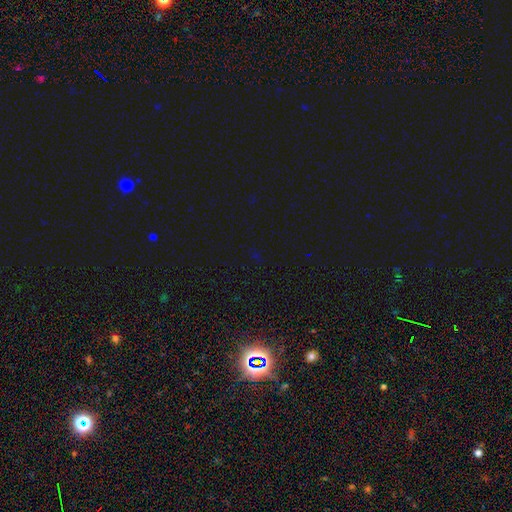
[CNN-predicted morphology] Smooth or featured?
  - star or artifact: 75% *
  - smooth: 18%
  - featured or disk: 7%